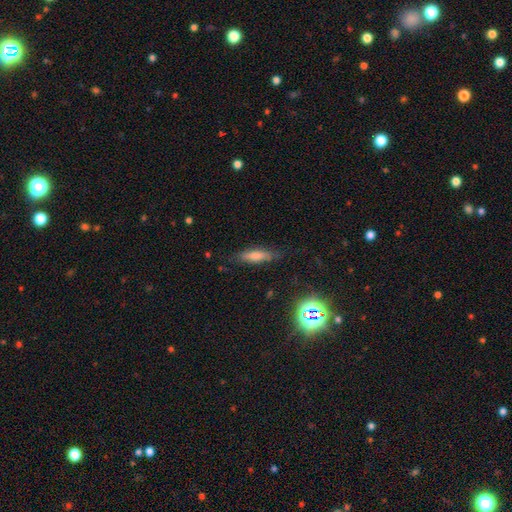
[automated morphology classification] Overall: smooth (56%; featured or disk 28%). How rounded: cigar-shaped (65%; in between 32%). Merging: none (79%).